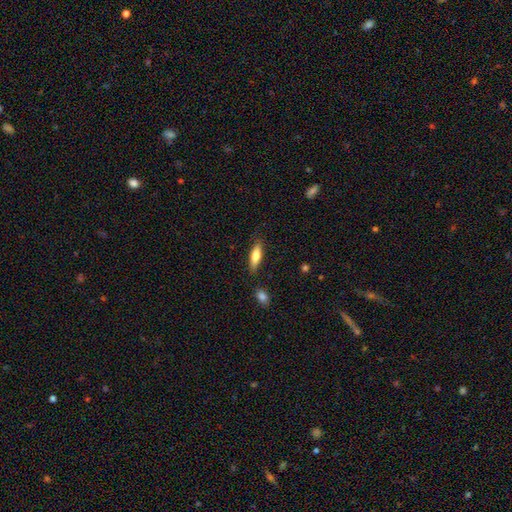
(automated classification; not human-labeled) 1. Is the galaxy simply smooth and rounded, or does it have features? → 71% smooth, 23% featured or disk, 6% star or artifact.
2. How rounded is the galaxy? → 55% cigar-shaped, 43% in between, 2% round.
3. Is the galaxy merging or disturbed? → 83% none, 12% minor disturbance, 3% merger, 3% major disturbance.